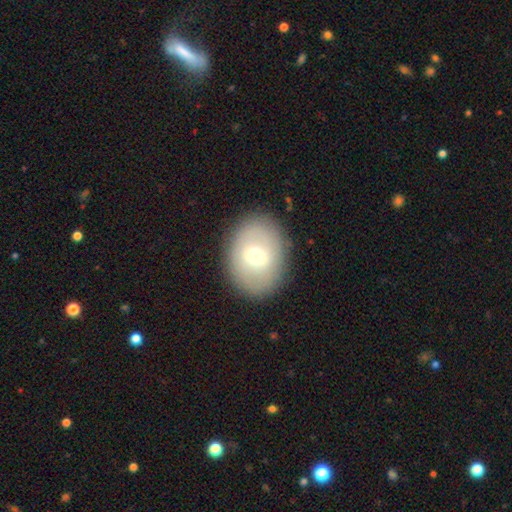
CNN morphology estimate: The model was most divided on "smooth or featured": smooth: 58%, featured or disk: 34%, star or artifact: 9%. More confident: merging — none (87%); how rounded — in between (63%).